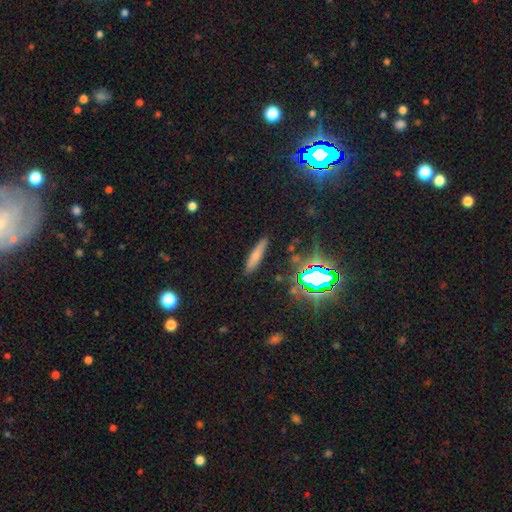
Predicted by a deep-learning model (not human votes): This is likely a smooth galaxy (69%). How rounded: clearly cigar-shaped (84%). Merging: clearly none (87%).